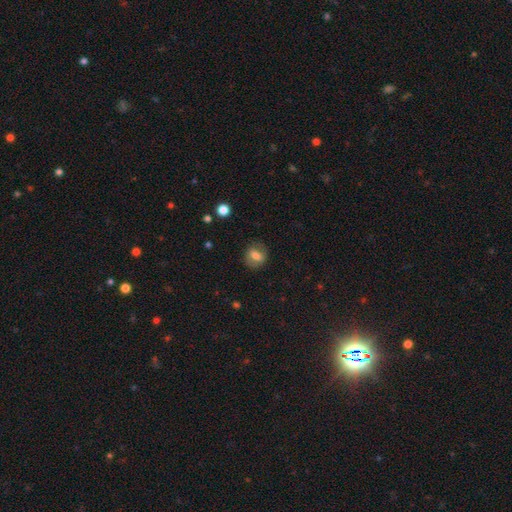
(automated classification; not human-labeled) Overall: smooth (64%; featured or disk 27%). How rounded: round (61%; in between 38%). Merging: none (80%).